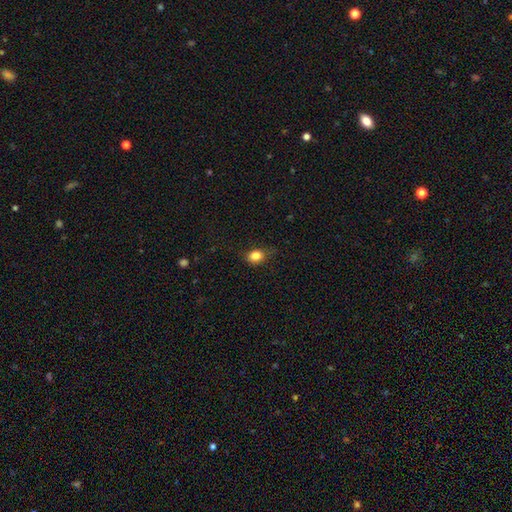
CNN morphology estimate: Smooth or featured? Predicted: smooth (p=0.84). How rounded? Predicted: in between (p=0.53). Merging? Predicted: none (p=0.76).